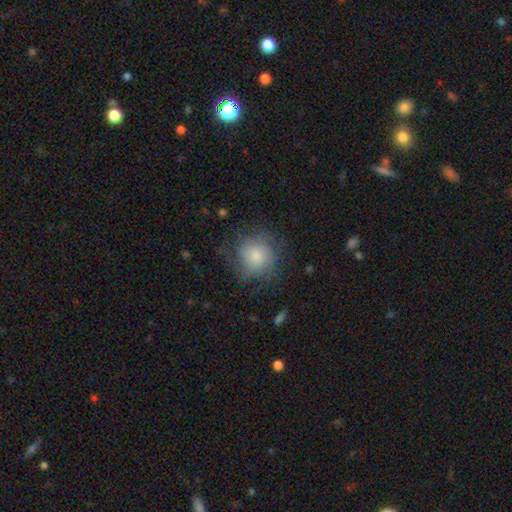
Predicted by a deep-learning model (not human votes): smooth 66%, featured or disk 26%, star or artifact 8%. Down the decision tree: how rounded — round (89%); merging — none (63%).